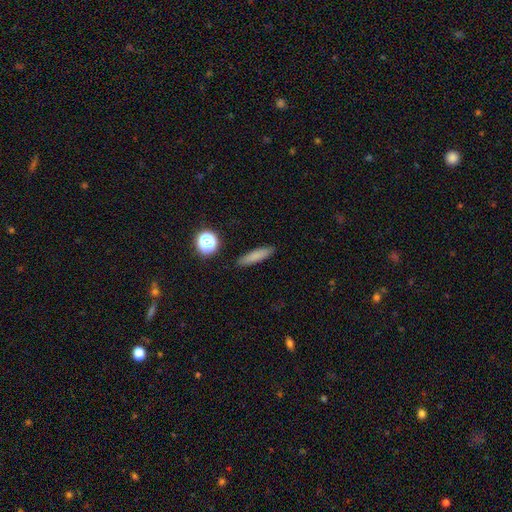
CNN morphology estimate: smooth-or-featured: smooth: 79% | featured or disk: 11% | star or artifact: 10%
  how-rounded: cigar-shaped: 79% | in between: 18% | round: 4%
  merging: none: 89% | minor disturbance: 8% | major disturbance: 2% | merger: 2%